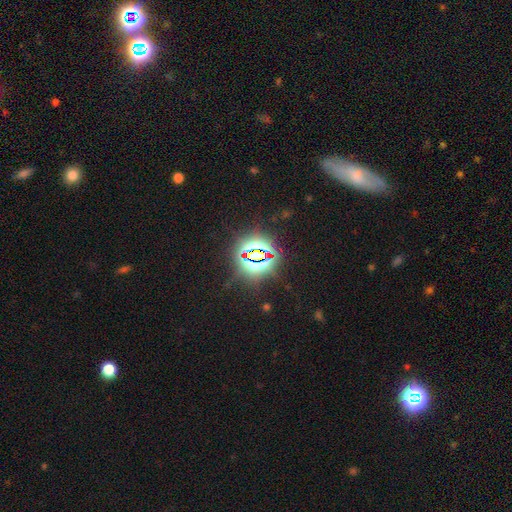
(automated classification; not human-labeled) Smooth or featured? star or artifact (75%)